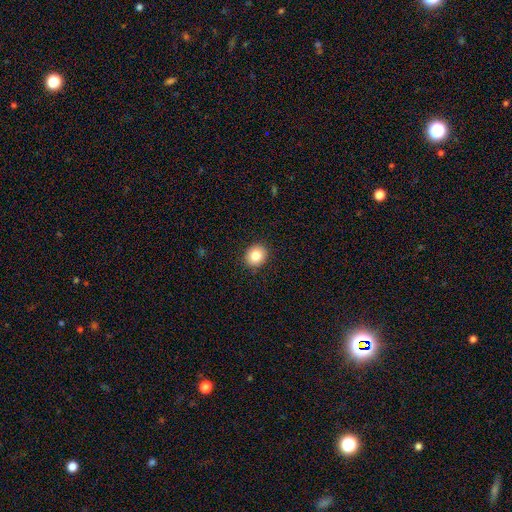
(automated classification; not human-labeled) Smooth or featured: smooth — 84% (star or artifact — 9%)
How rounded: round — 75% (in between — 24%)
Merging: none — 91% (minor disturbance — 6%)